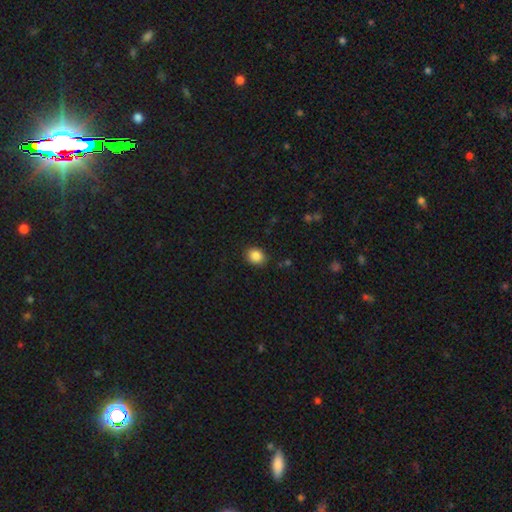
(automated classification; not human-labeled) smooth-or-featured: smooth: 87% | star or artifact: 9% | featured or disk: 4%
  how-rounded: round: 60% | in between: 39% | cigar-shaped: 1%
  merging: none: 86% | minor disturbance: 10% | major disturbance: 3% | merger: 1%